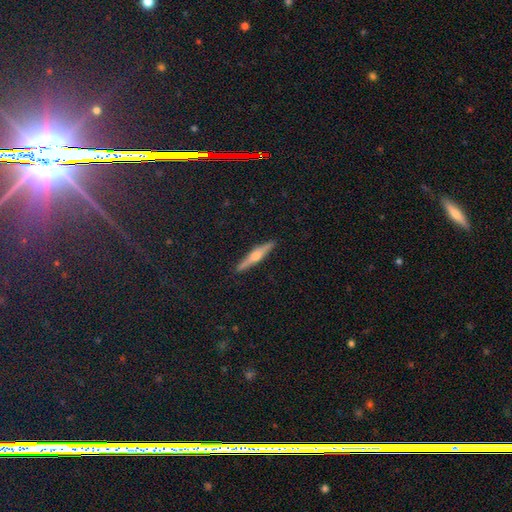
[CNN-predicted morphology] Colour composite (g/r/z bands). It shows a featured or disk galaxy (67%) viewed edge-on (97%) with a rounded central bulge (88%). Merging: none (91%).